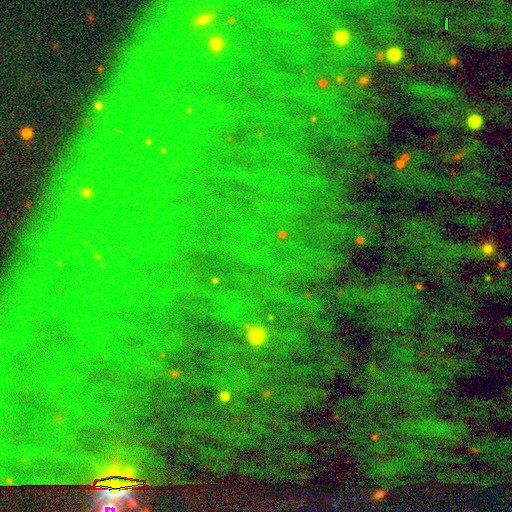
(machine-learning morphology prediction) smooth-or-featured: star or artifact: 84% | smooth: 8% | featured or disk: 7%